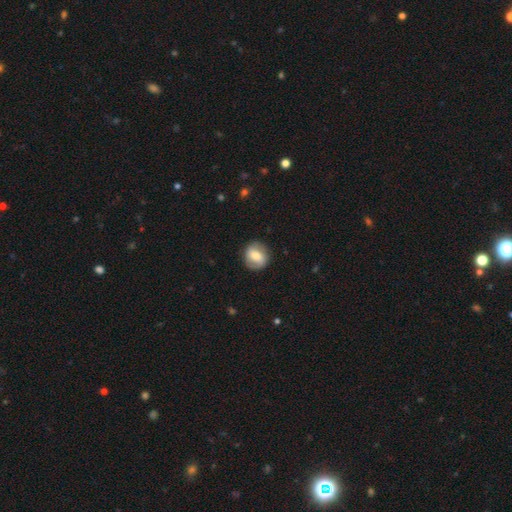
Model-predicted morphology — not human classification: Smooth or featured: smooth — 55% (featured or disk — 38%)
How rounded: round — 78% (in between — 21%)
Merging: none — 85% (minor disturbance — 10%)